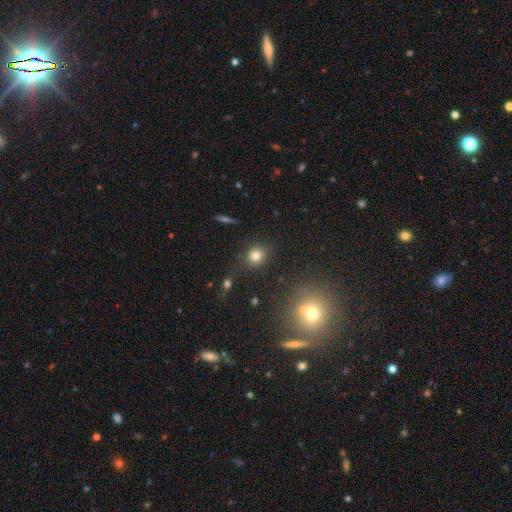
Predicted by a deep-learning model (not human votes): Morphology: type=smooth (79%); roundness=round (78%); merging=none (81%).